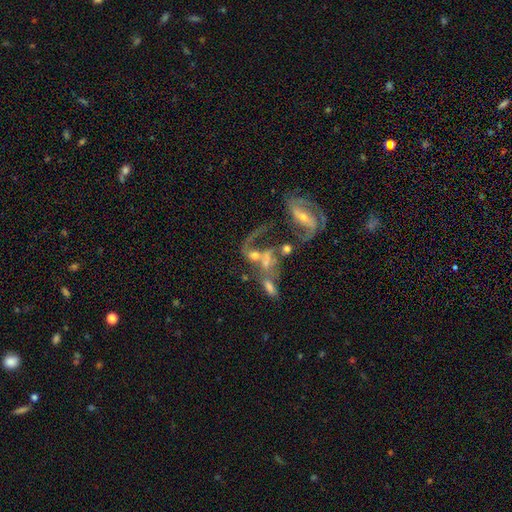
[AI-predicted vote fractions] Overall: featured or disk (69%). Edge-on disk: no (95%). Bar: no (57%; weak 29%). Spiral arms: yes (64%; no 36%). Bulge size: small (41%; moderate 32%). Merging: merger (55%; major disturbance 23%).